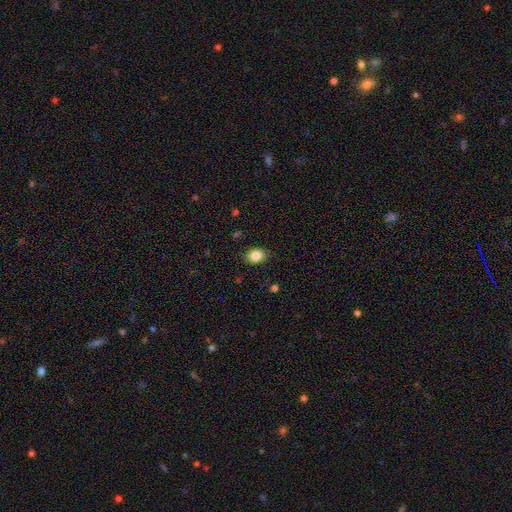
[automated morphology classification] Smooth or featured?
  - smooth: 84% *
  - star or artifact: 9%
  - featured or disk: 6%
How rounded?
  - in between: 57% *
  - round: 42%
  - cigar-shaped: 1%
Merging?
  - none: 86% *
  - minor disturbance: 11%
  - major disturbance: 2%
  - merger: 1%